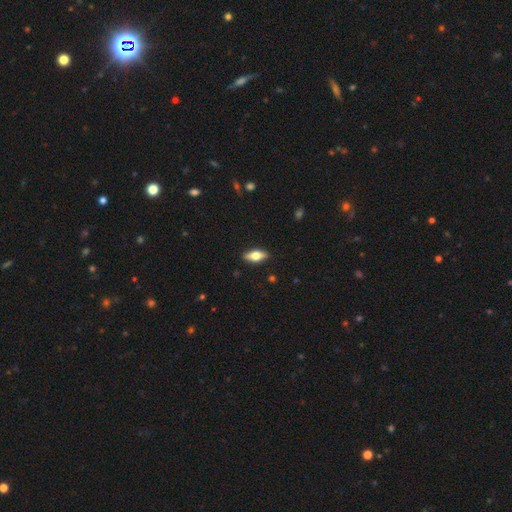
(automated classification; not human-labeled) Smooth or featured: smooth — 59% (featured or disk — 34%)
How rounded: in between — 76% (cigar-shaped — 21%)
Merging: none — 89% (minor disturbance — 8%)